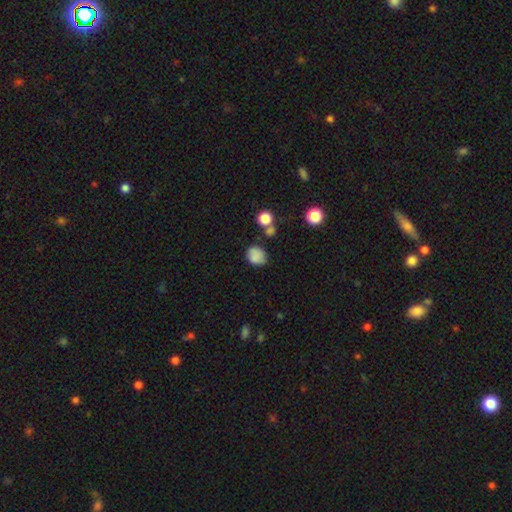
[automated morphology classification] This appears to be a smooth galaxy with no disk features (81%) that is round (61%). Merging: none (61%).